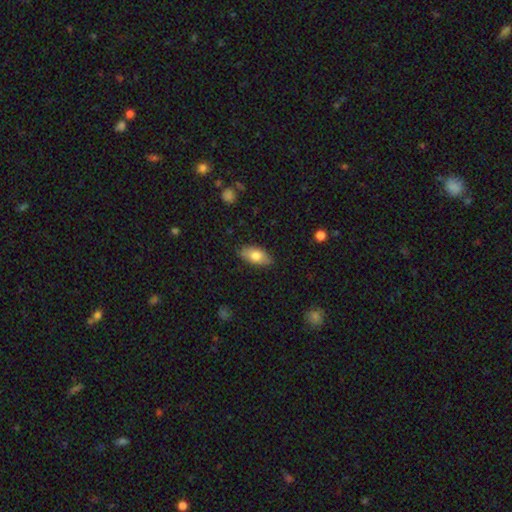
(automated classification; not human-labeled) A smooth galaxy with no disk features (75%) that is in between round and cigar-shaped (91%). Merging: none (85%).